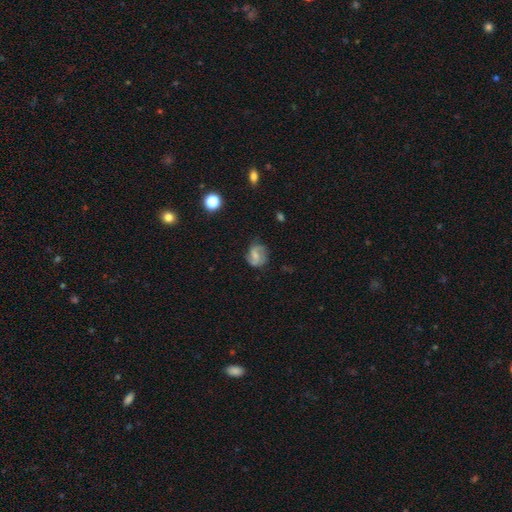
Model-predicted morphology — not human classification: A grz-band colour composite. It shows a featured or disk galaxy (59%) with a weak bar (48%), spiral arms (86%) and a small central bulge (49%). Merging: none (68%).